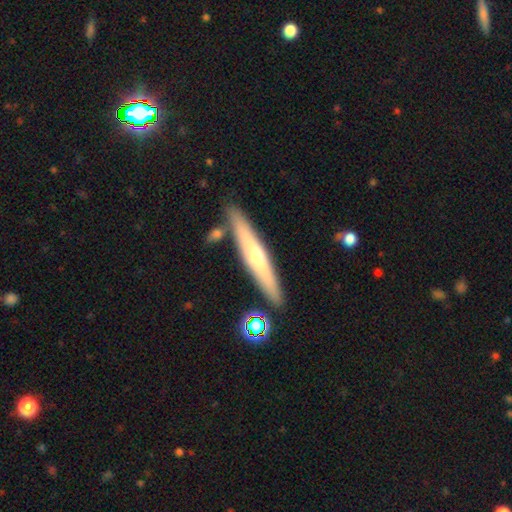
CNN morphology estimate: Smooth or featured? featured or disk (57%)
Edge-on disk? yes (92%)
Edge-on bulge? rounded (75%)
Merging? none (86%)